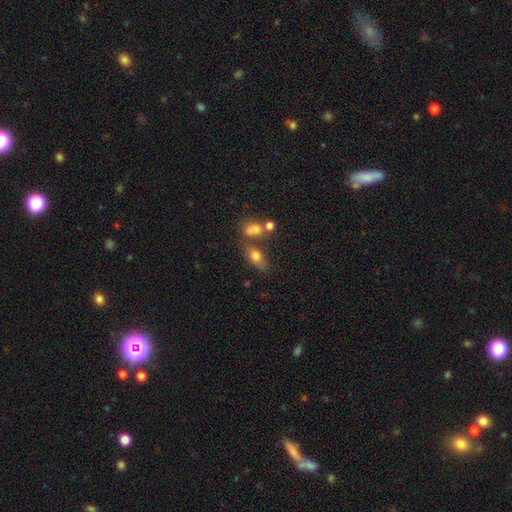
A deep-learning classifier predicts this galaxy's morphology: Smooth or featured: smooth — 71% (featured or disk — 18%)
How rounded: in between — 78% (round — 11%)
Merging: none — 53% (merger — 25%)